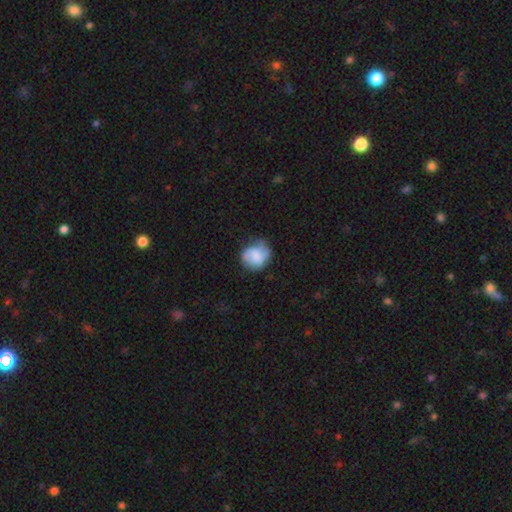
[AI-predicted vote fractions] The model was most divided on "merging": none: 60%, minor disturbance: 29%, major disturbance: 10%, merger: 2%. More confident: how rounded — round (75%); smooth or featured — smooth (63%).